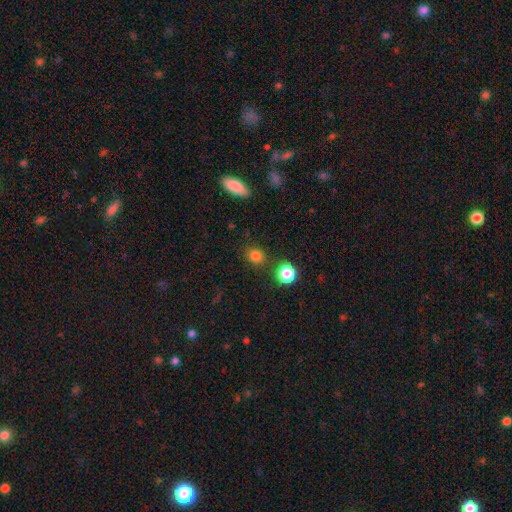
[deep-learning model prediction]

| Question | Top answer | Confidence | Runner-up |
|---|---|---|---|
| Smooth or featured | smooth | 81% | star or artifact (14%) |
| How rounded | round | 80% | in between (19%) |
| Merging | none | 81% | minor disturbance (10%) |